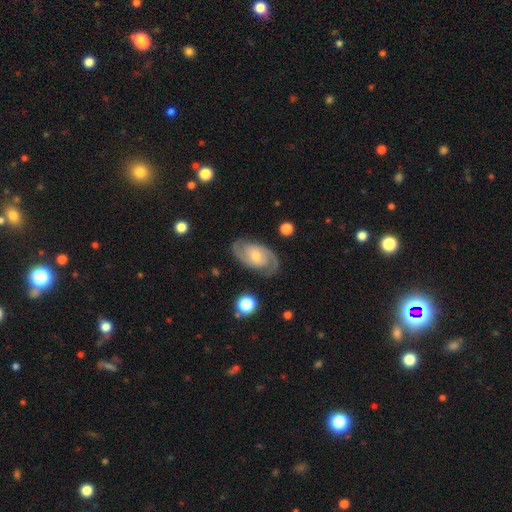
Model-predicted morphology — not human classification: This is clearly a featured or disk galaxy (86%). It is clearly not viewed edge-on (97%). Bar: possibly no (58%). Spiral arm pattern: clearly yes (97%). Spiral arm count: clearly 2 (90%). Spiral winding: possibly medium (45%). Central bulge: possibly small (49%). Merging: clearly none (84%).